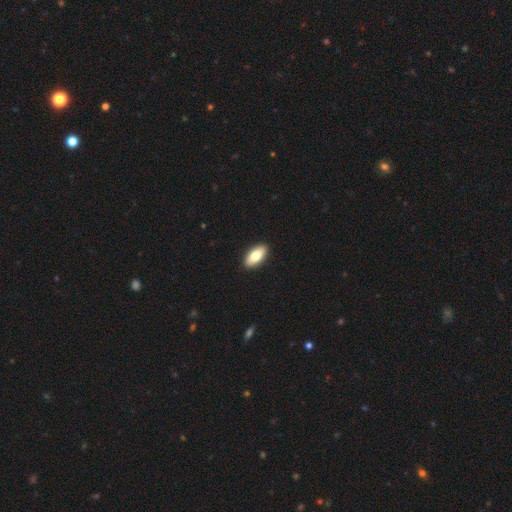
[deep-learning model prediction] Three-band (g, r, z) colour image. It shows a smooth galaxy with no disk features (77%) that is in between round and cigar-shaped (88%). Merging: none (91%).